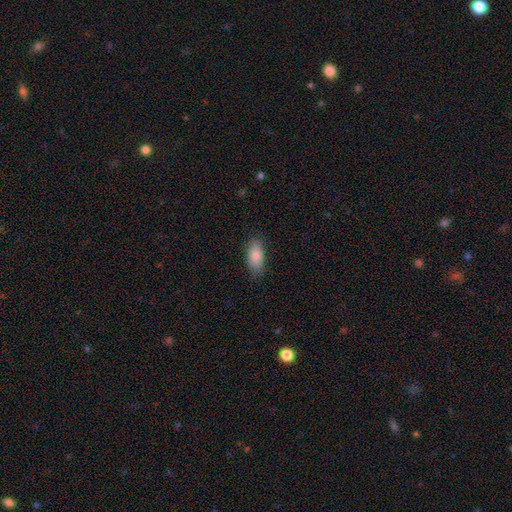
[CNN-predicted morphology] The model was most divided on "merging": none: 82%, minor disturbance: 14%, major disturbance: 3%, merger: 1%. More confident: how rounded — in between (90%); smooth or featured — smooth (86%).